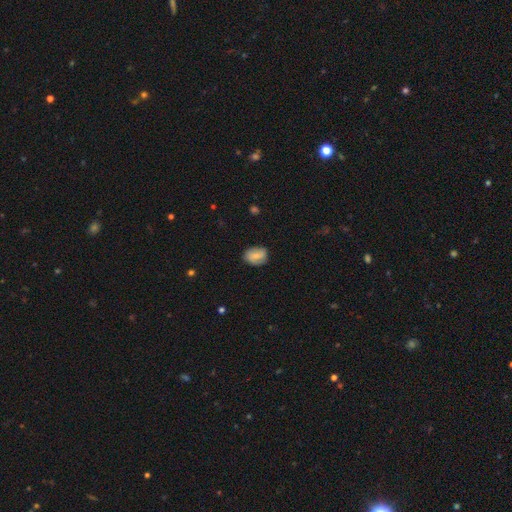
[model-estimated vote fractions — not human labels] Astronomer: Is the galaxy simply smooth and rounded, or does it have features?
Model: smooth — 65%.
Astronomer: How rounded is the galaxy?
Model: in between — 68%.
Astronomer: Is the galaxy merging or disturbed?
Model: none — 75%.